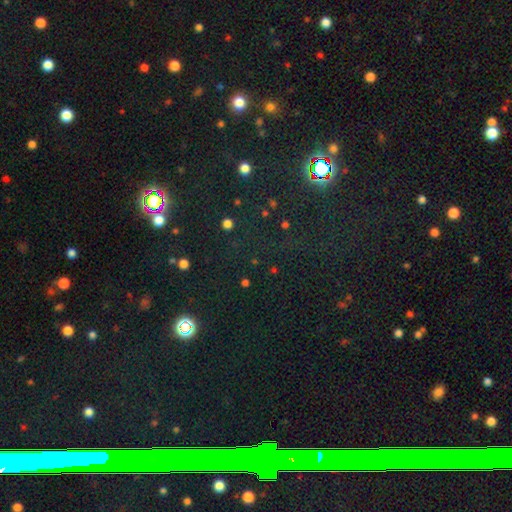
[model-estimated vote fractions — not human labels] This is likely a star or artifact rather than a galaxy (76%).